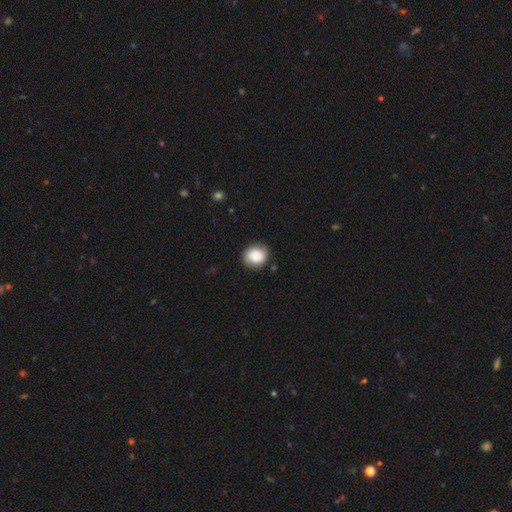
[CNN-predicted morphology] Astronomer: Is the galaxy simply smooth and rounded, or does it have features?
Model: smooth — 84%.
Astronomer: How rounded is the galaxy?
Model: round — 80%.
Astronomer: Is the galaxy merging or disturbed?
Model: none — 83%.